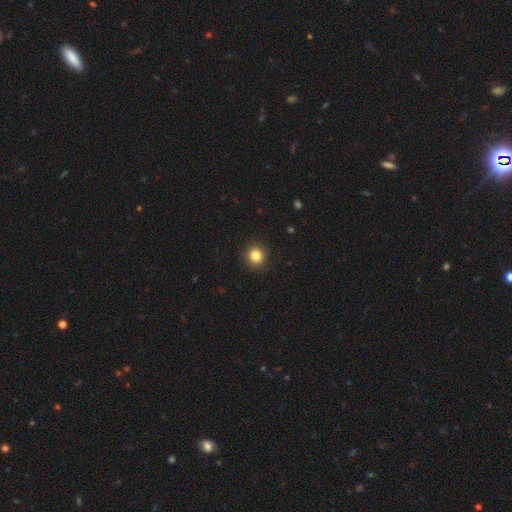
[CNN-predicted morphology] Smooth or featured?
  - smooth: 83% *
  - star or artifact: 11%
  - featured or disk: 6%
How rounded?
  - round: 92% *
  - in between: 7%
  - cigar-shaped: 1%
Merging?
  - none: 92% *
  - minor disturbance: 5%
  - major disturbance: 2%
  - merger: 1%